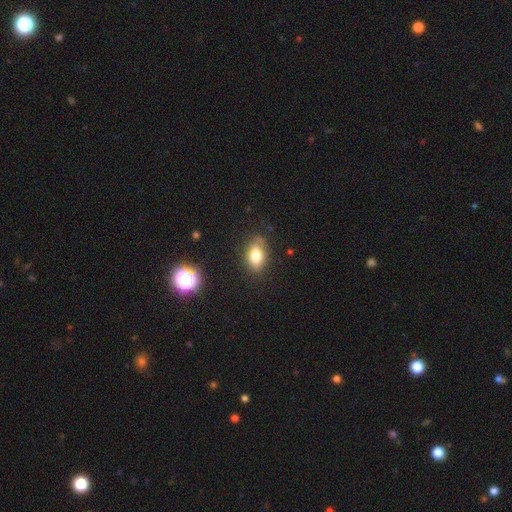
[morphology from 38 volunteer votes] Smooth or featured? smooth (82%)
How rounded? in between (65%)
Merging? none (66%)